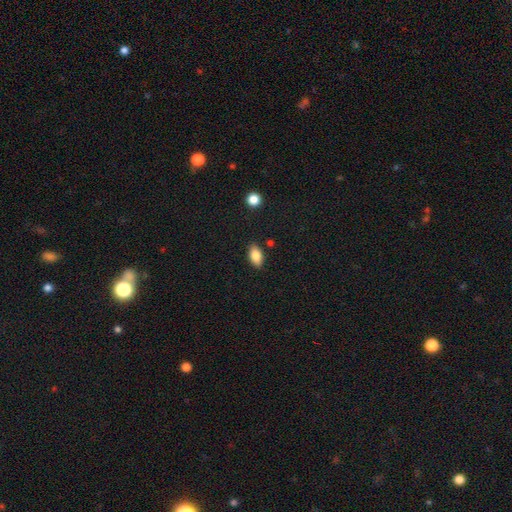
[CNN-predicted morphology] smooth 84%, featured or disk 9%, star or artifact 8%. Down the decision tree: how rounded — in between (91%); merging — none (85%).